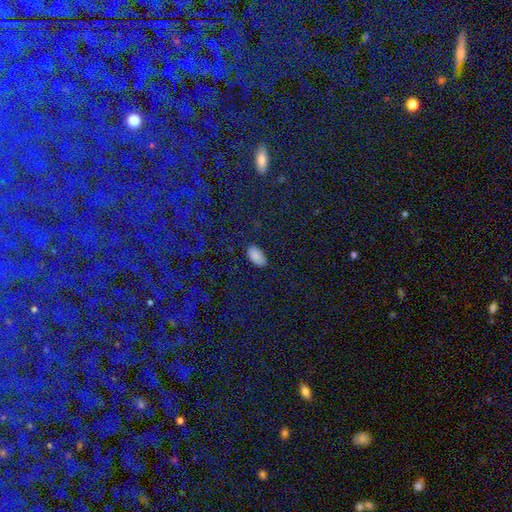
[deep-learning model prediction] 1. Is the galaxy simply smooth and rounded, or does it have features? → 79% smooth, 15% star or artifact, 6% featured or disk.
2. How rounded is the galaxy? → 94% in between, 3% cigar-shaped, 3% round.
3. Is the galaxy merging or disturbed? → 81% none, 13% minor disturbance, 4% major disturbance, 2% merger.